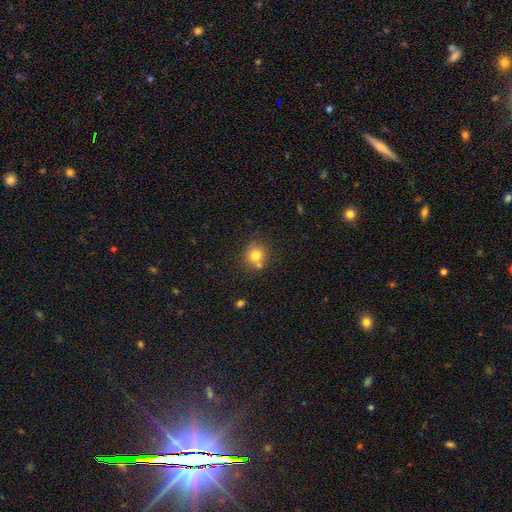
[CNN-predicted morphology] Q: Smooth or featured?
A: smooth (78%); runner-up: star or artifact (12%)
Q: How rounded?
A: round (85%); runner-up: in between (14%)
Q: Merging?
A: none (69%); runner-up: merger (14%)